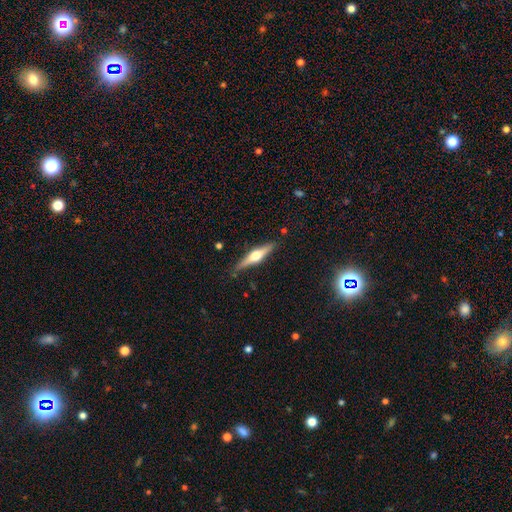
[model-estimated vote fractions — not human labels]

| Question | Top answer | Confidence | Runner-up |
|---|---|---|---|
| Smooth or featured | featured or disk | 67% | smooth (27%) |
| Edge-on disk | yes | 97% | no (3%) |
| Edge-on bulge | rounded | 94% | boxy (3%) |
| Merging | none | 86% | minor disturbance (10%) |